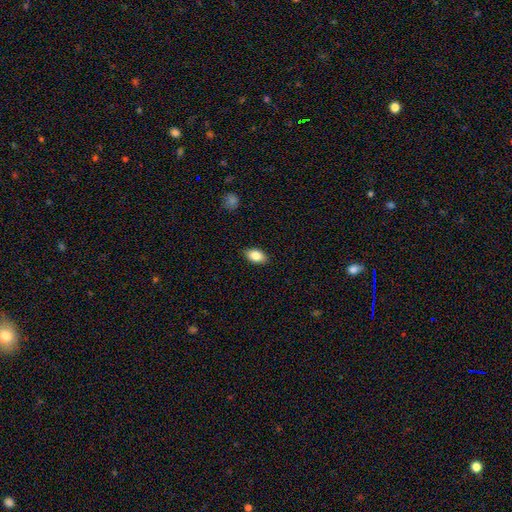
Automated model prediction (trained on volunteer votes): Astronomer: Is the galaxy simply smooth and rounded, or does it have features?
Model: smooth — 84%.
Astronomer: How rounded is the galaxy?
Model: in between — 90%.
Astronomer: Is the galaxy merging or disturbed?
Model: none — 88%.